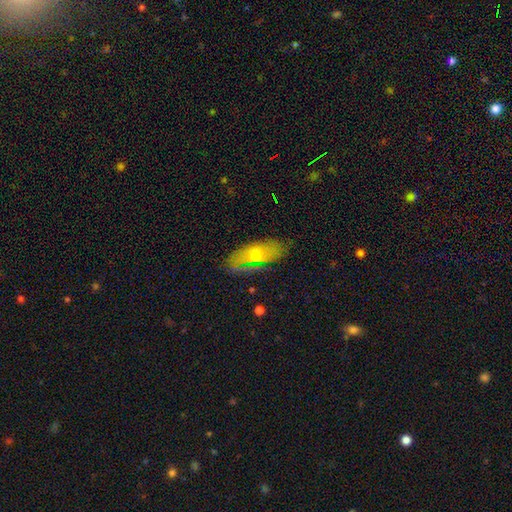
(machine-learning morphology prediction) smooth-or-featured: smooth: 56% | featured or disk: 33% | star or artifact: 11%
  how-rounded: in between: 82% | cigar-shaped: 14% | round: 4%
  merging: none: 75% | minor disturbance: 17% | major disturbance: 5% | merger: 2%